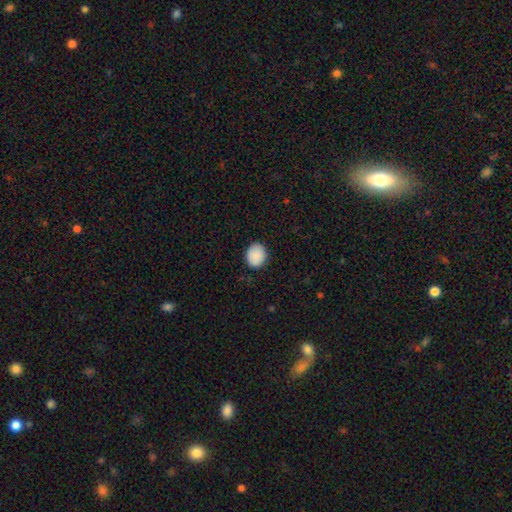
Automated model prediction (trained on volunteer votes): Smooth or featured?
  - smooth: 89% *
  - star or artifact: 7%
  - featured or disk: 4%
How rounded?
  - round: 62% *
  - in between: 37%
  - cigar-shaped: 1%
Merging?
  - none: 87% *
  - minor disturbance: 10%
  - major disturbance: 2%
  - merger: 1%